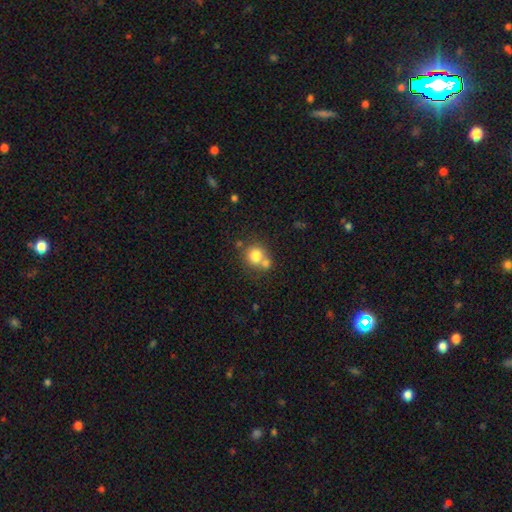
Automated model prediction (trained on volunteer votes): A smooth galaxy with no disk features (78%) that is round (86%). Merging: none (53%).